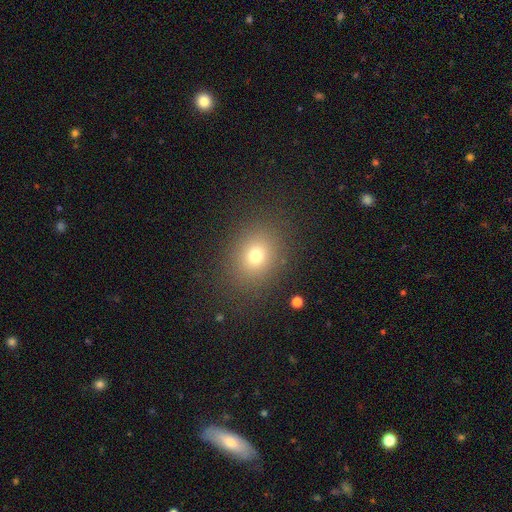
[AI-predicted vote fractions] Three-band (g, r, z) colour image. It shows a smooth galaxy with no disk features (72%) that is round (62%). Merging: none (85%).